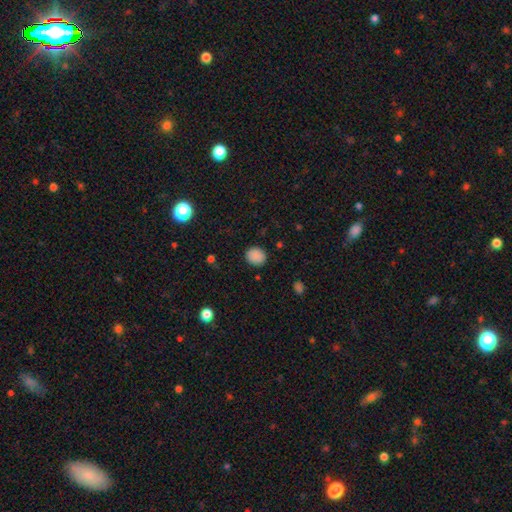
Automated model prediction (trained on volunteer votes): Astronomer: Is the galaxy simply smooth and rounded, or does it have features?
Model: smooth — 87%.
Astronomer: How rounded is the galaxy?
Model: round — 77%.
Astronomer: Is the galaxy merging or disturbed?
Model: none — 87%.